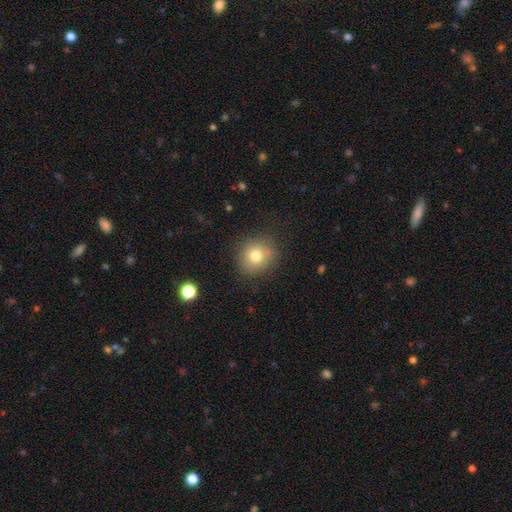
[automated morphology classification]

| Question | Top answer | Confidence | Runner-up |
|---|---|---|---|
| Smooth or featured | smooth | 77% | star or artifact (12%) |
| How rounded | round | 85% | in between (14%) |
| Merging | none | 83% | minor disturbance (12%) |